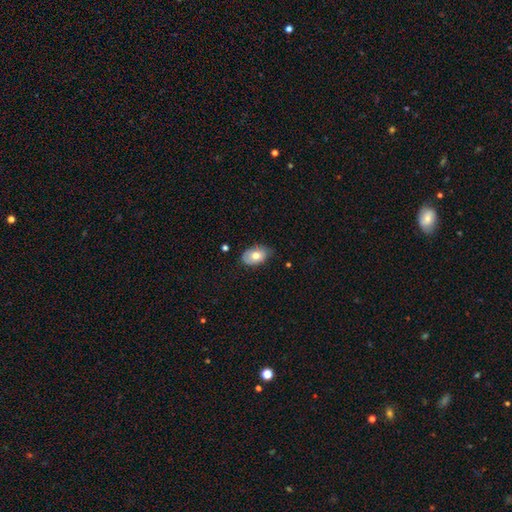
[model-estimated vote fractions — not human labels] This appears to be a smooth galaxy with no disk features (66%) that is in between round and cigar-shaped (88%). Merging: none (66%).